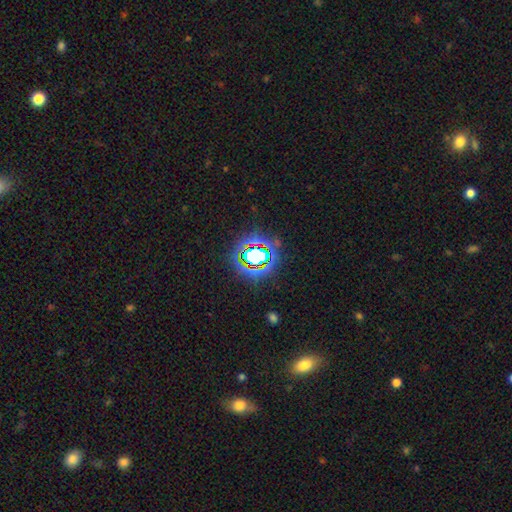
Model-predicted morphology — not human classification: star or artifact 63%, smooth 23%, featured or disk 14%.